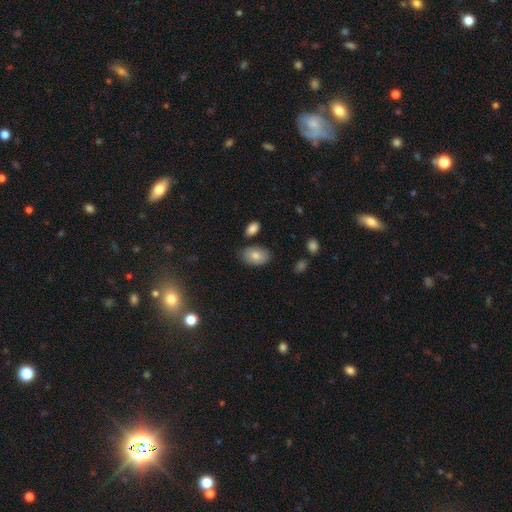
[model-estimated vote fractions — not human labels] Smooth or featured? Predicted: smooth (p=0.80). How rounded? Predicted: in between (p=0.91). Merging? Predicted: none (p=0.78).